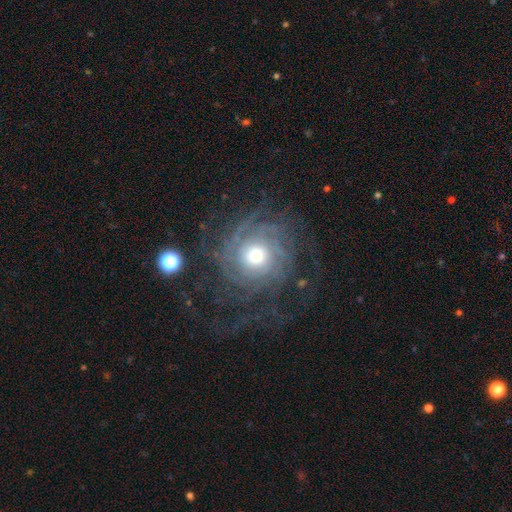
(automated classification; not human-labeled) A featured or disk galaxy (83%) with no bar (81%), tight (63%) spiral arms (95%) and a moderate central bulge (60%).

Vote fractions:
- Smooth or featured? featured or disk: 83% / smooth: 9% / star or artifact: 8%
- Edge-on disk? no: 97% / yes: 3%
- Bar? no: 81% / weak: 15% / strong: 4%
- Spiral arms? yes: 95% / no: 5%
- Spiral winding? tight: 63% / medium: 25% / loose: 12%
- Spiral arm count? can't tell: 36% / 4: 15% / more than 4: 15% / 3: 14% / 2: 11% / 1: 9%
- Bulge size? moderate: 60% / large: 23% / small: 14% / dominant: 2% / none: 1%
- Merging? none: 67% / major disturbance: 18% / minor disturbance: 13% / merger: 2%